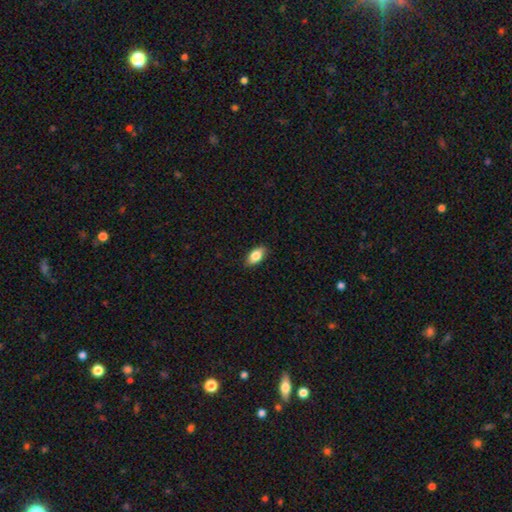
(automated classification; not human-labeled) Smooth or featured?
  - smooth: 83% *
  - featured or disk: 10%
  - star or artifact: 7%
How rounded?
  - in between: 90% *
  - round: 5%
  - cigar-shaped: 5%
Merging?
  - none: 88% *
  - minor disturbance: 10%
  - major disturbance: 2%
  - merger: 1%